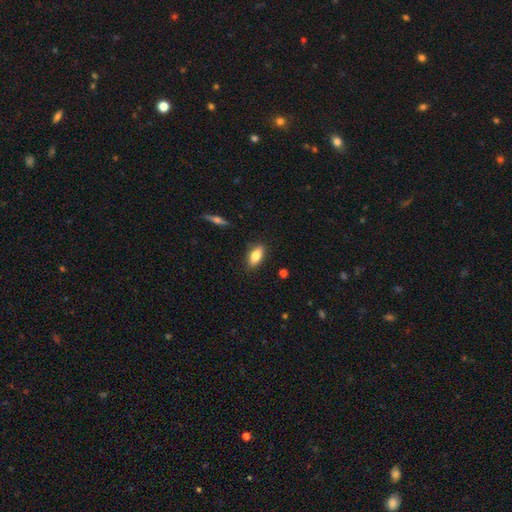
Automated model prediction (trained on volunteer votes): A smooth galaxy with no disk features (77%) that is in between round and cigar-shaped (81%). Merging: none (86%).